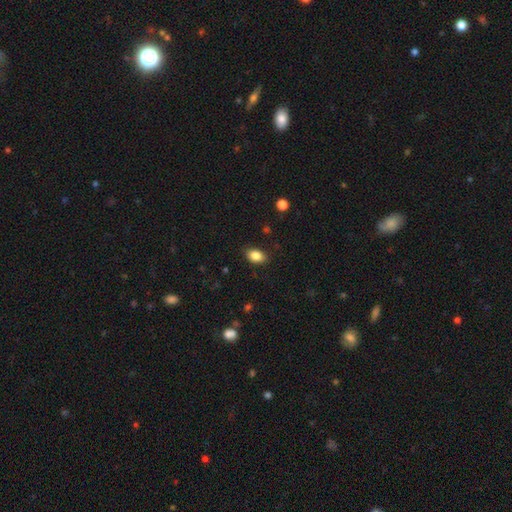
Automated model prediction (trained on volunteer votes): smooth_or_featured: smooth (p=0.85) [alt: star or artifact p=0.09]
how_rounded: in between (p=0.86) [alt: round p=0.13]
merging: none (p=0.86) [alt: minor disturbance p=0.11]